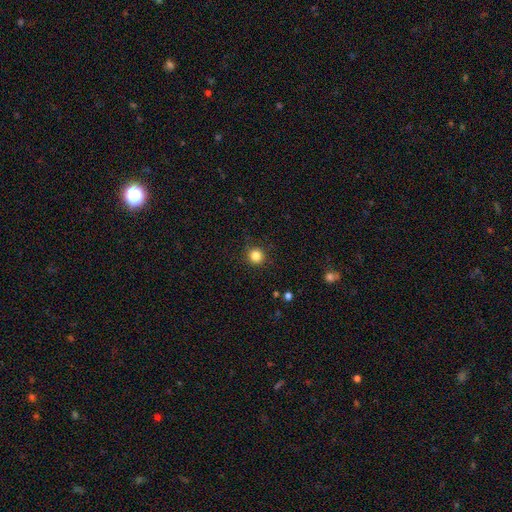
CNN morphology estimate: A smooth galaxy with no disk features (84%) that is round (93%).

Vote fractions:
- Smooth or featured? smooth: 84% / star or artifact: 11% / featured or disk: 4%
- How rounded? round: 93% / in between: 6% / cigar-shaped: 1%
- Merging? none: 88% / minor disturbance: 8% / major disturbance: 3% / merger: 1%